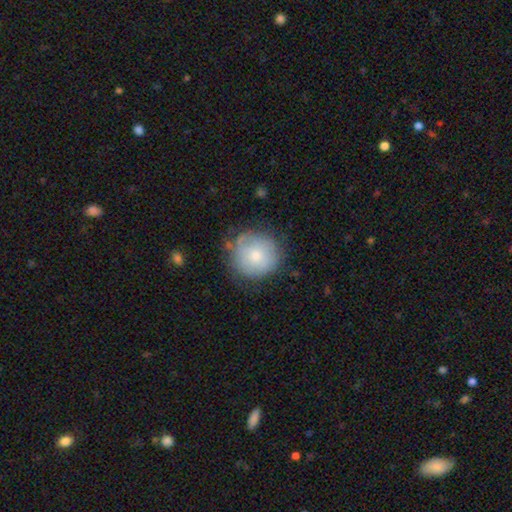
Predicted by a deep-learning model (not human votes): smooth_or_featured: smooth (p=0.72) [alt: featured or disk p=0.21]
how_rounded: round (p=0.92) [alt: in between p=0.07]
merging: none (p=0.69) [alt: minor disturbance p=0.21]